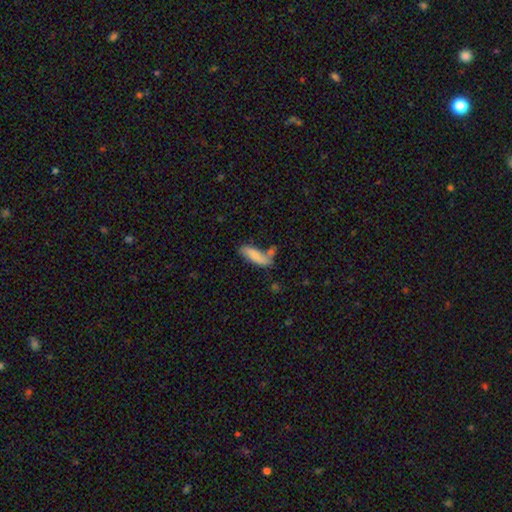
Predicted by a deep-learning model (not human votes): Smooth or featured? smooth (77%)
How rounded? in between (50%)
Merging? none (51%)